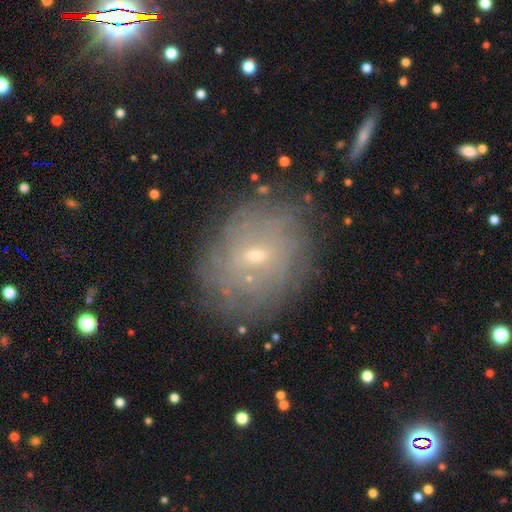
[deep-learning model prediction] Morphology: type=featured or disk (52%); edge-on=no (93%); merging=none (78%).